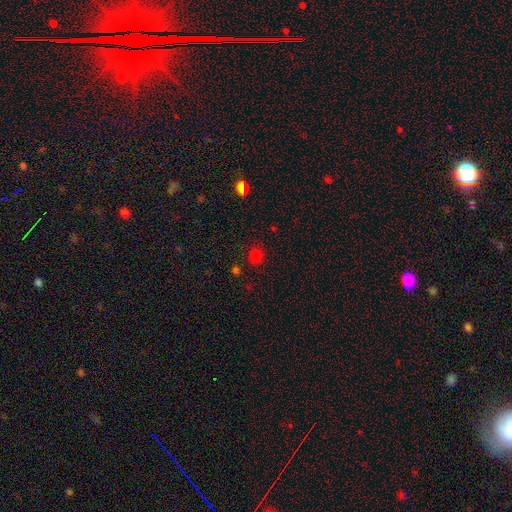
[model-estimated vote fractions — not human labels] Smooth or featured? smooth (75%)
How rounded? round (86%)
Merging? none (85%)